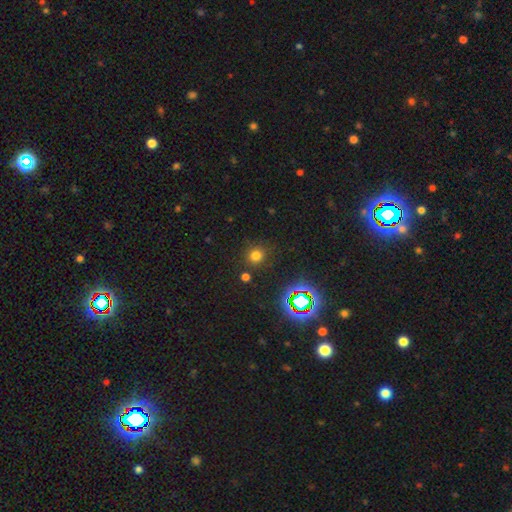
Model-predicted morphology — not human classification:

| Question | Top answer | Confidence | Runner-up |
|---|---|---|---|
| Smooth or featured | smooth | 70% | star or artifact (24%) |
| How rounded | round | 90% | in between (9%) |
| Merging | none | 83% | minor disturbance (8%) |